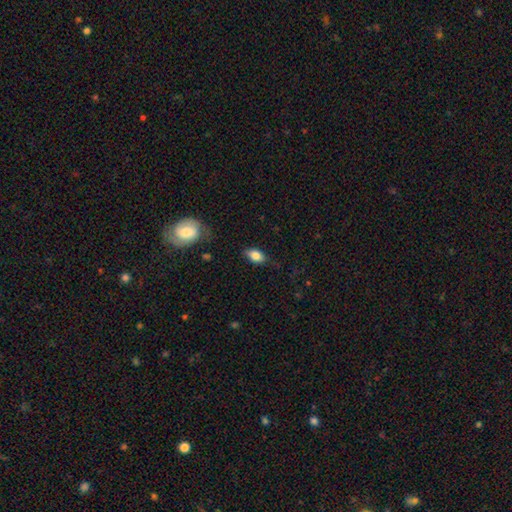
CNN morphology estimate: smooth 80%, featured or disk 12%, star or artifact 8%. Down the decision tree: how rounded — in between (87%); merging — none (76%).